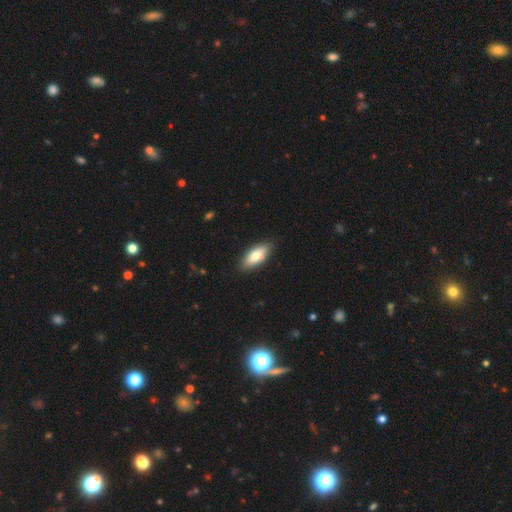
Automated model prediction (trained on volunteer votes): Morphology: type=smooth (73%); roundness=in between (80%); merging=none (86%).